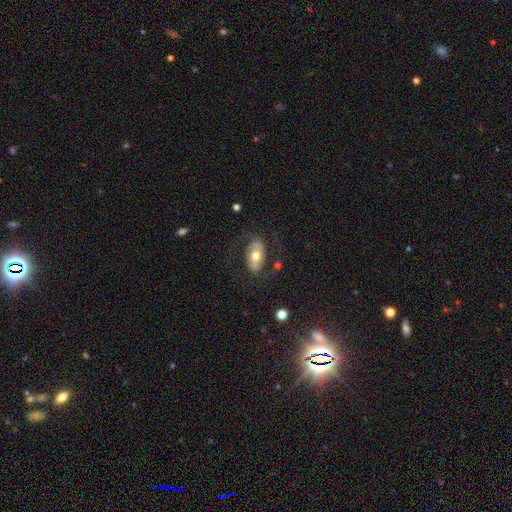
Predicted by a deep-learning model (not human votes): A featured or disk galaxy (50%).

Vote fractions:
- Smooth or featured? featured or disk: 50% / smooth: 44% / star or artifact: 6%
- Merging? none: 69% / minor disturbance: 15% / major disturbance: 13% / merger: 2%